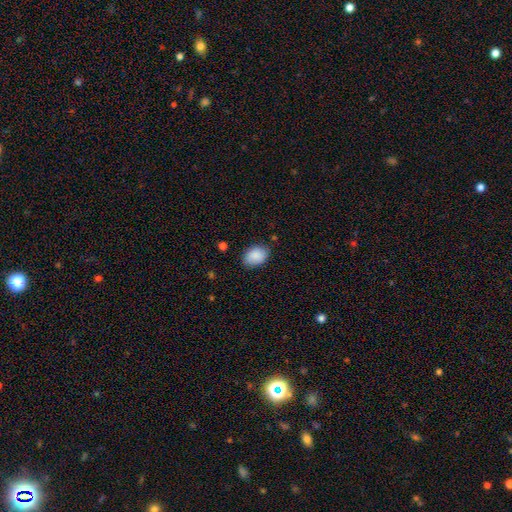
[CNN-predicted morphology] This appears to be a smooth galaxy with no disk features (88%) that is in between round and cigar-shaped (84%). Merging: none (82%).